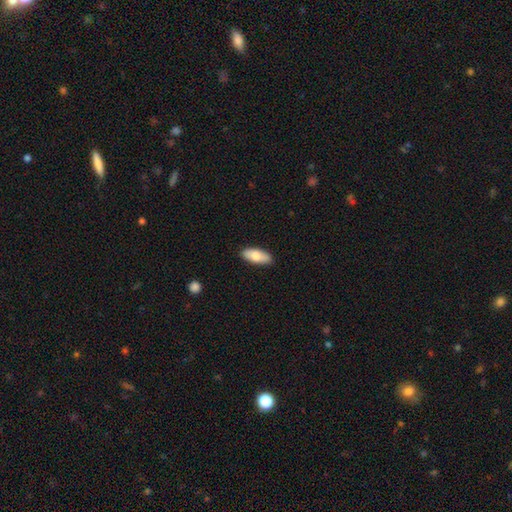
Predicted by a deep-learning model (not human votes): This appears to be a smooth galaxy with no disk features (75%) that is in between round and cigar-shaped (82%). Merging: none (89%).